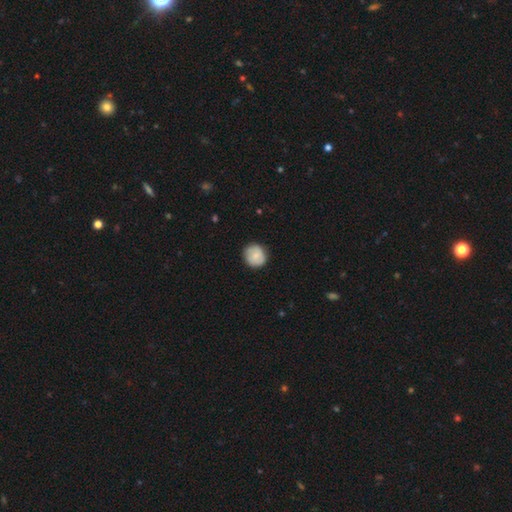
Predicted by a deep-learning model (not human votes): Overall: smooth (72%). How rounded: round (89%). Merging: none (84%).